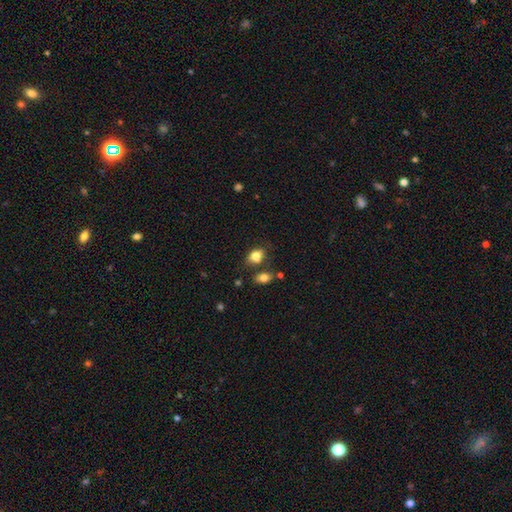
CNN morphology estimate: Smooth or featured?
  - smooth: 81% *
  - featured or disk: 10%
  - star or artifact: 9%
How rounded?
  - in between: 74% *
  - round: 25%
  - cigar-shaped: 2%
Merging?
  - none: 56% *
  - merger: 20%
  - minor disturbance: 18%
  - major disturbance: 6%